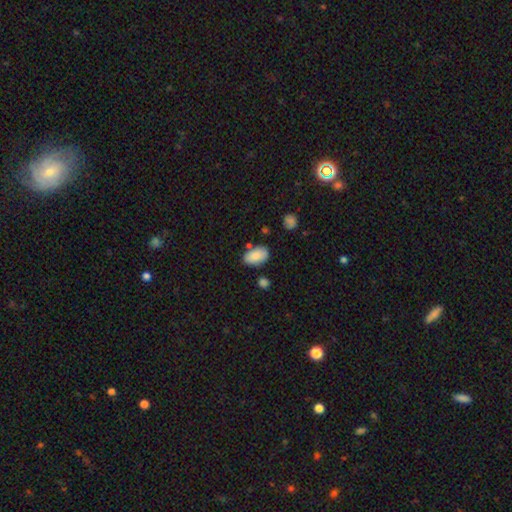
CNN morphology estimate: The model was most divided on "merging": none: 73%, minor disturbance: 17%, merger: 6%, major disturbance: 4%. More confident: how rounded — in between (93%); smooth or featured — smooth (86%).